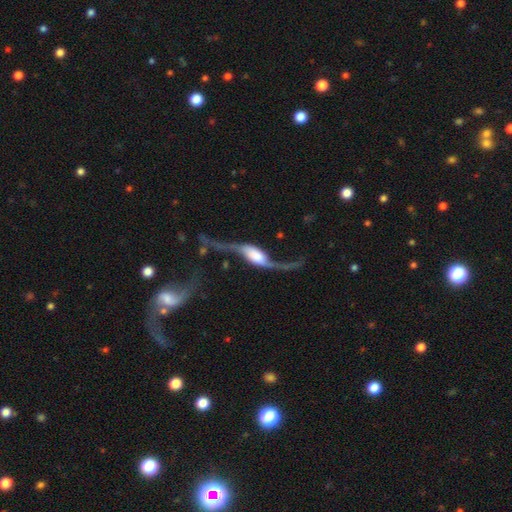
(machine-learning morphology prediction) Smooth or featured? featured or disk (82%)
Edge-on disk? no (84%)
Bar? no (43%)
Spiral arms? yes (93%)
Spiral winding? loose (94%)
Spiral arm count? 2 (93%)
Bulge size? large (39%)
Merging? none (48%)